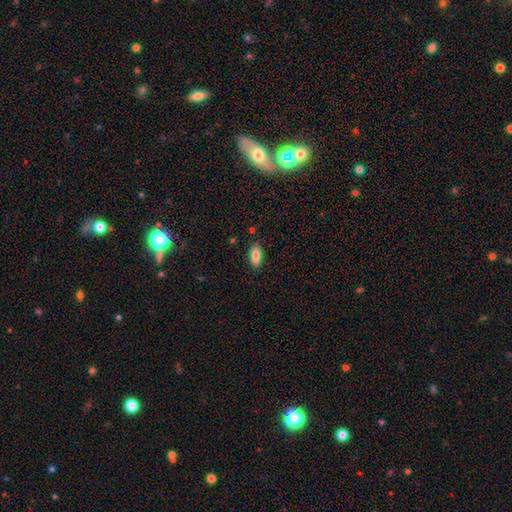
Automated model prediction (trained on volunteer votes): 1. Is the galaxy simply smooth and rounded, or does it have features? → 85% smooth, 8% featured or disk, 7% star or artifact.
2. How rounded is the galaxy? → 89% in between, 9% cigar-shaped, 2% round.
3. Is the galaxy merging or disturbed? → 85% none, 11% minor disturbance, 2% major disturbance, 2% merger.